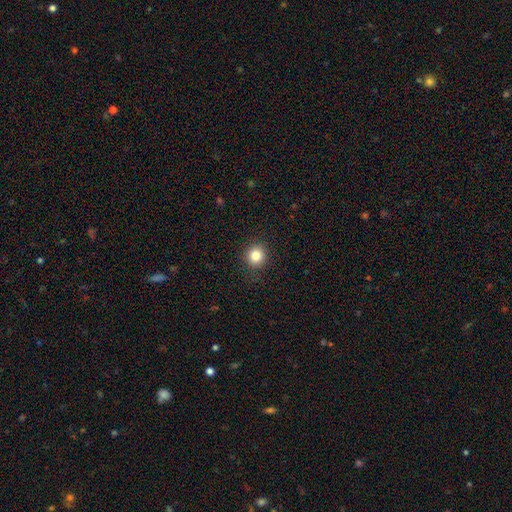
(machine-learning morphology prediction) smooth-or-featured: smooth: 84% | star or artifact: 11% | featured or disk: 5%
  how-rounded: round: 90% | in between: 9% | cigar-shaped: 1%
  merging: none: 90% | minor disturbance: 7% | major disturbance: 2% | merger: 1%